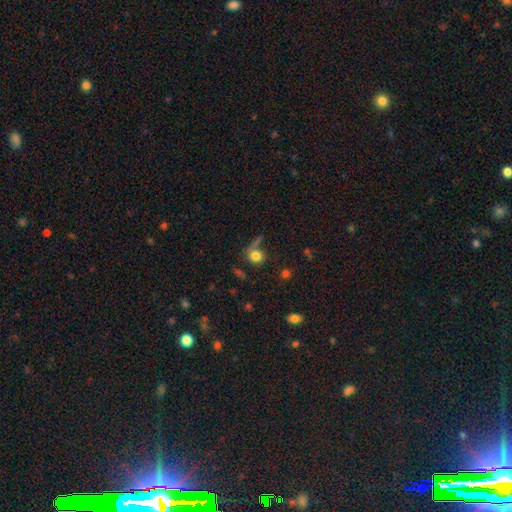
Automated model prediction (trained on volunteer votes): Smooth or featured: smooth — 76% (featured or disk — 12%)
How rounded: round — 83% (in between — 16%)
Merging: none — 56% (major disturbance — 16%)